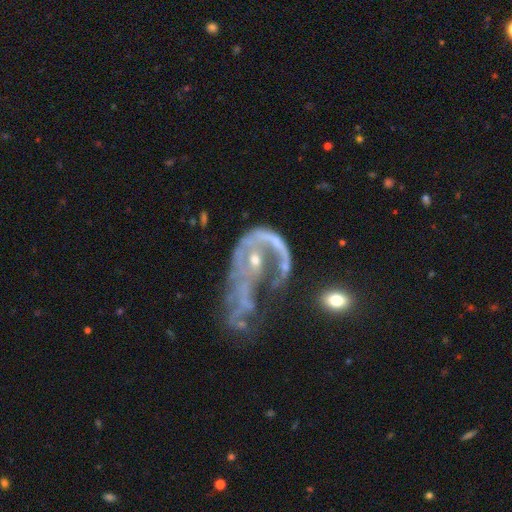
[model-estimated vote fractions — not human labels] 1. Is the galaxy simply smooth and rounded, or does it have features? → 73% featured or disk, 14% smooth, 12% star or artifact.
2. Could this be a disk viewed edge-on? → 94% no, 6% yes.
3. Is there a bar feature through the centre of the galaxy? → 77% no, 16% weak, 7% strong.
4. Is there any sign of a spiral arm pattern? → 51% no, 49% yes.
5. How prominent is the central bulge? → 56% small, 21% none, 20% moderate, 2% large, 2% dominant.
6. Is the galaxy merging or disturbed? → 47% major disturbance, 25% merger, 16% none, 12% minor disturbance.